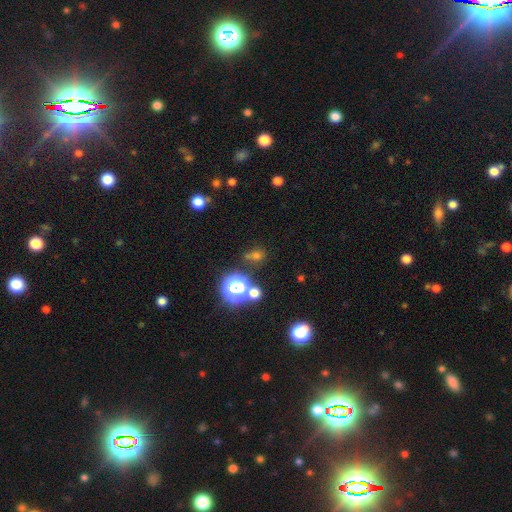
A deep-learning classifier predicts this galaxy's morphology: The model was most divided on "smooth or featured": smooth: 53%, star or artifact: 38%, featured or disk: 9%. More confident: merging — none (72%); how rounded — round (72%).